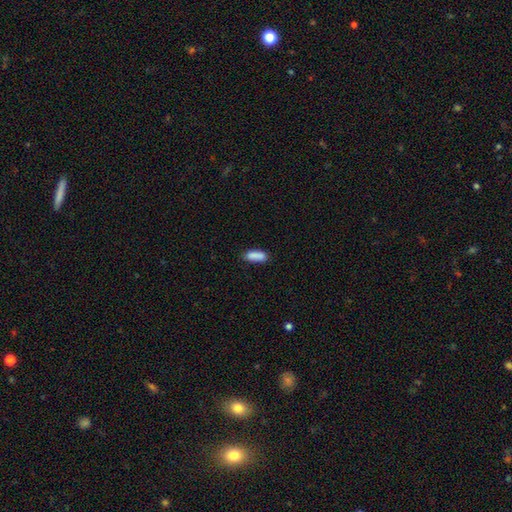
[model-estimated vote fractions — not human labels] smooth 86%, star or artifact 8%, featured or disk 7%. Down the decision tree: how rounded — in between (65%); merging — none (71%).